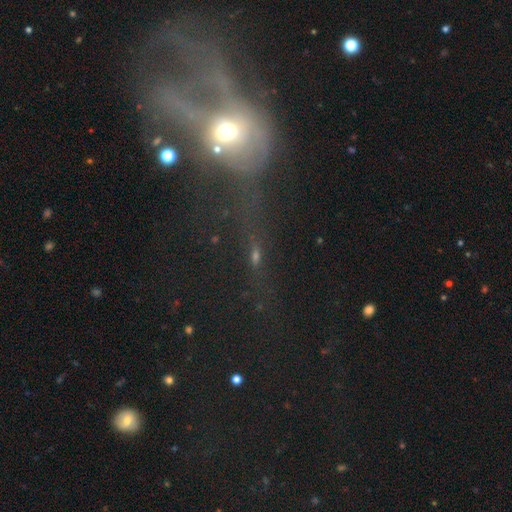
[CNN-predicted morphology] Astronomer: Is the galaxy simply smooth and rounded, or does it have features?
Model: star or artifact — 37% (runner-up: smooth, 33%).